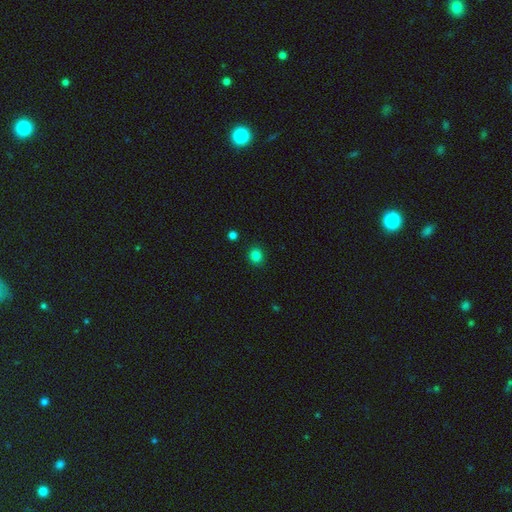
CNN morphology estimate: Smooth or featured? Predicted: smooth (p=0.83). How rounded? Predicted: round (p=0.82). Merging? Predicted: none (p=0.91).